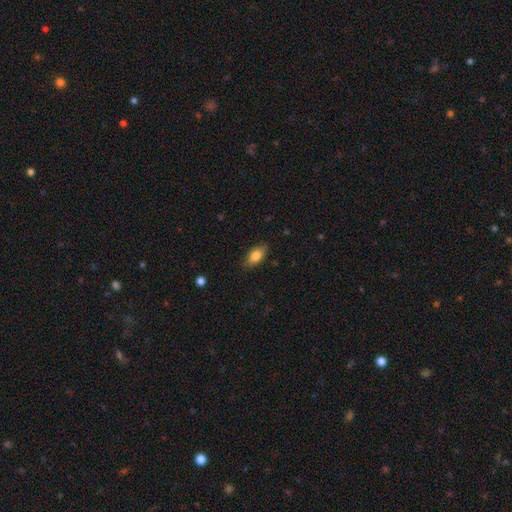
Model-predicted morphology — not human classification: This is clearly a smooth galaxy (82%). How rounded: clearly in between (88%). Merging: clearly none (82%).